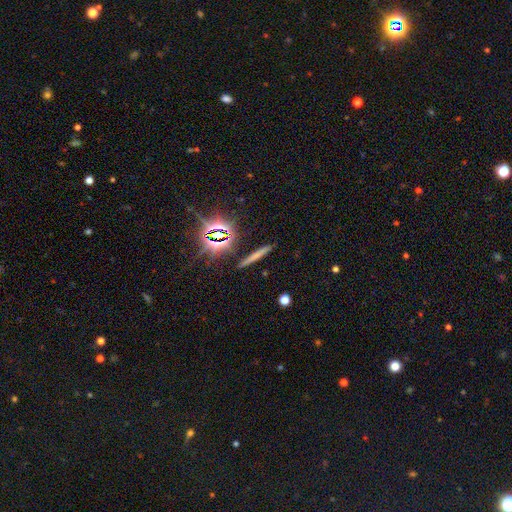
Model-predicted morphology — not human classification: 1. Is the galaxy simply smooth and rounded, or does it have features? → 58% smooth, 22% featured or disk, 20% star or artifact.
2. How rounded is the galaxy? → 92% cigar-shaped, 4% in between, 3% round.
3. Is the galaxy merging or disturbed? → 87% none, 8% minor disturbance, 2% merger, 2% major disturbance.